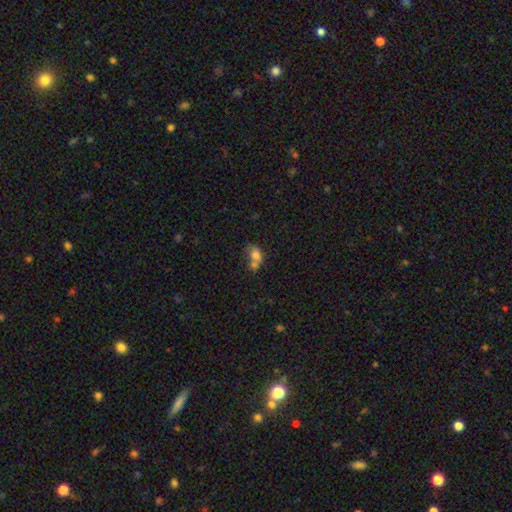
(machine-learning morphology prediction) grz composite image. It shows a smooth galaxy with no disk features (73%) that is in between round and cigar-shaped (59%). Merging: merger (61%).